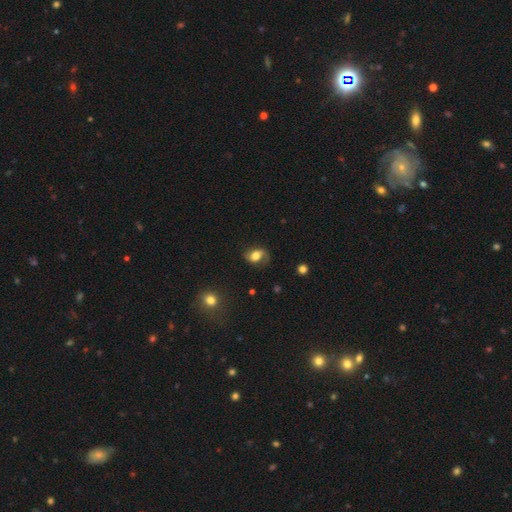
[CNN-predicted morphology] Q: Smooth or featured?
A: featured or disk (48%); runner-up: smooth (43%)
Q: Merging?
A: none (67%); runner-up: minor disturbance (21%)